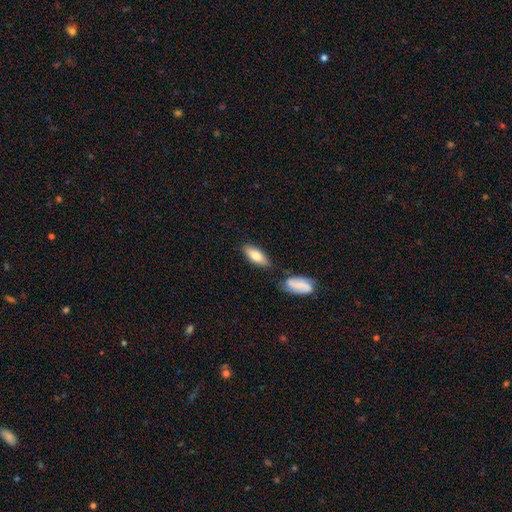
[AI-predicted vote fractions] A smooth galaxy with no disk features (77%) that is in between round and cigar-shaped (78%). Merging: none (74%).